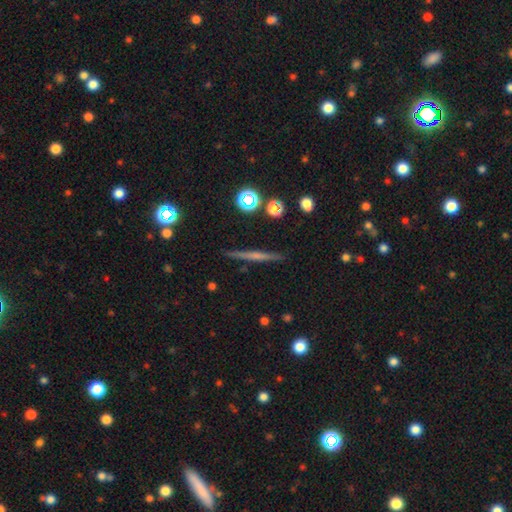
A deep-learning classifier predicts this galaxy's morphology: This is possibly a featured or disk galaxy (58%). It is clearly viewed edge-on (97%). Edge-on bulge: possibly none (58%). Merging: clearly none (90%).